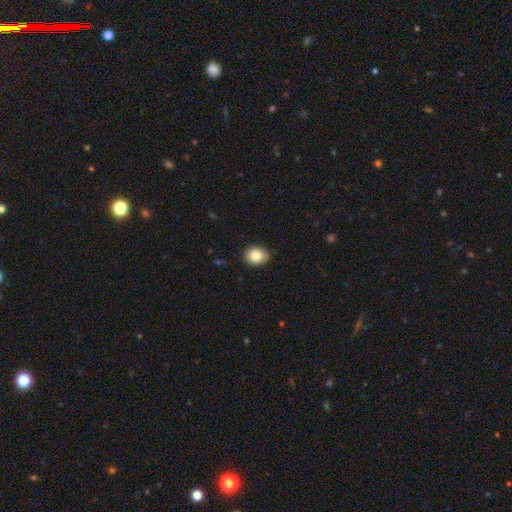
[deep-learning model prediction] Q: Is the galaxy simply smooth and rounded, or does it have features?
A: smooth — 83%.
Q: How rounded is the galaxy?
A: in between — 50%.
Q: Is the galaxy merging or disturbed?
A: none — 84%.